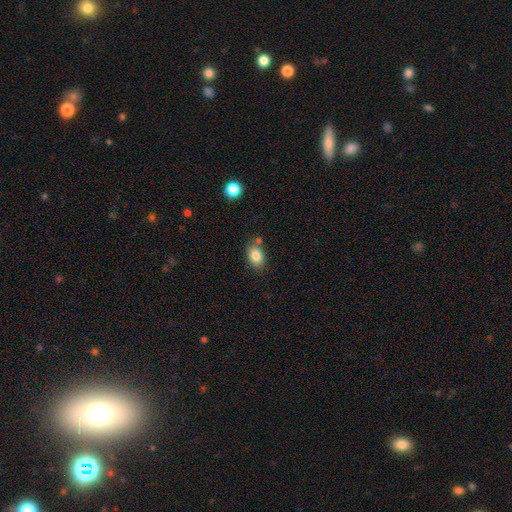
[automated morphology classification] A smooth galaxy with no disk features (83%) that is in between round and cigar-shaped (79%).

Vote fractions:
- Smooth or featured? smooth: 83% / star or artifact: 9% / featured or disk: 8%
- How rounded? in between: 79% / round: 20% / cigar-shaped: 1%
- Merging? none: 73% / minor disturbance: 15% / merger: 8% / major disturbance: 3%